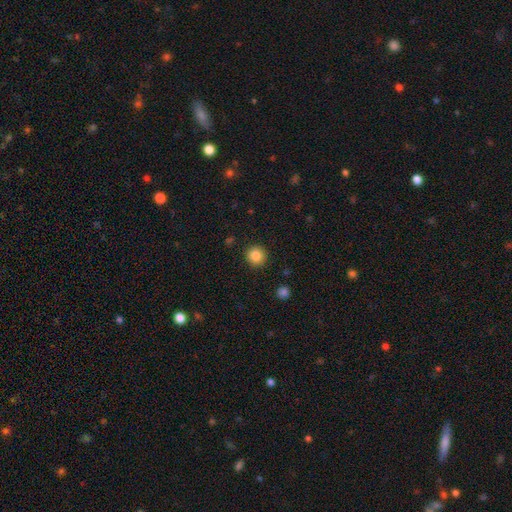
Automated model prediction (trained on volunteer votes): This is clearly a smooth galaxy (85%). How rounded: clearly round (94%). Merging: clearly none (92%).